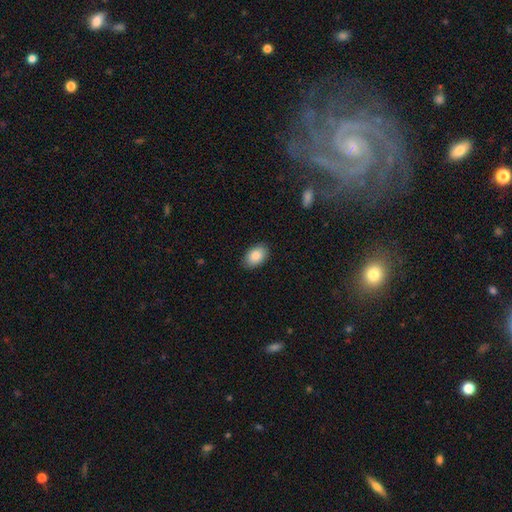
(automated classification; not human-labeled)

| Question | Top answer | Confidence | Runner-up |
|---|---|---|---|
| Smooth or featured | smooth | 88% | star or artifact (6%) |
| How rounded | in between | 91% | round (8%) |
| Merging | none | 88% | minor disturbance (9%) |